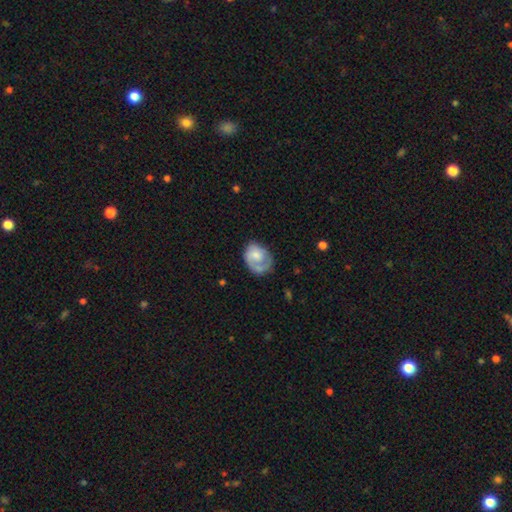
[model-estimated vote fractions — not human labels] smooth_or_featured: smooth (p=0.52) [alt: featured or disk p=0.42]
how_rounded: in between (p=0.60) [alt: round p=0.39]
merging: none (p=0.47) [alt: minor disturbance p=0.28]